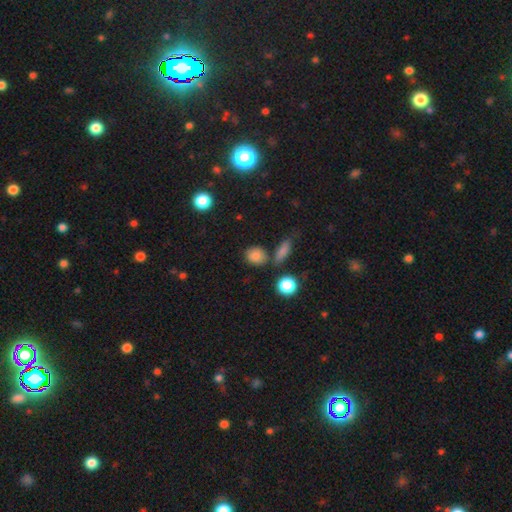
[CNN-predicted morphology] Q: Smooth or featured?
A: smooth (83%); runner-up: star or artifact (12%)
Q: How rounded?
A: round (60%); runner-up: in between (38%)
Q: Merging?
A: none (71%); runner-up: merger (12%)